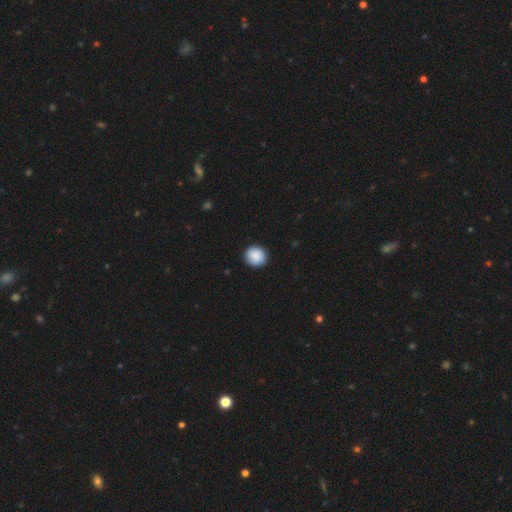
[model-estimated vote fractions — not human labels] Smooth or featured: smooth — 89% (star or artifact — 7%)
How rounded: round — 93% (in between — 6%)
Merging: none — 92% (minor disturbance — 6%)